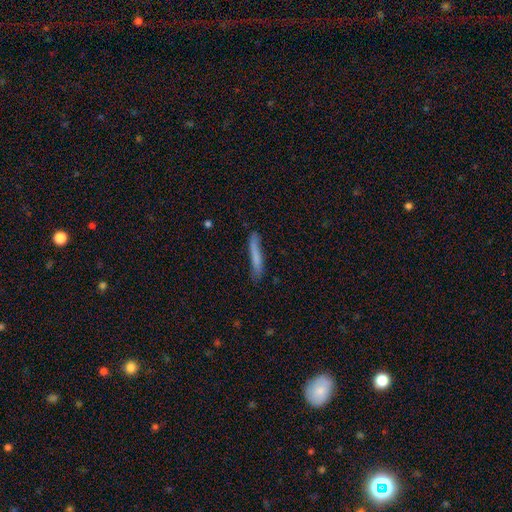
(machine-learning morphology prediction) The model was most divided on "smooth or featured": smooth: 74%, featured or disk: 20%, star or artifact: 7%. More confident: how rounded — cigar-shaped (94%); merging — none (74%).